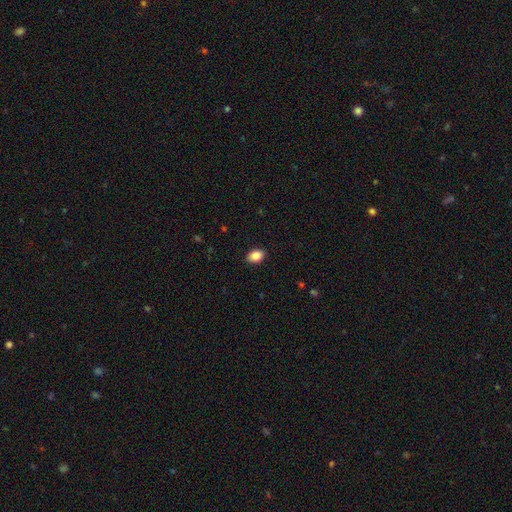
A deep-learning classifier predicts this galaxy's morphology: This is clearly a smooth galaxy (89%). How rounded: clearly in between (85%). Merging: clearly none (89%).